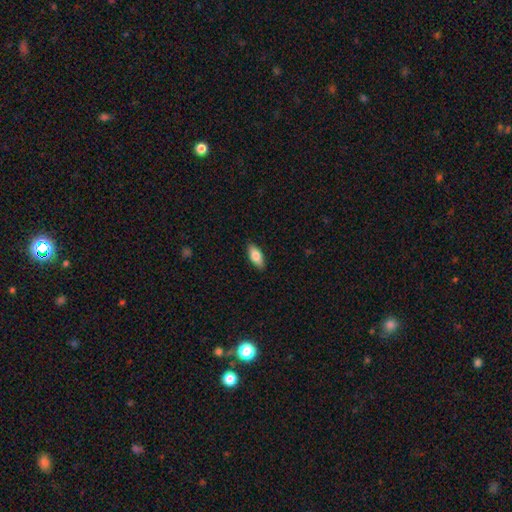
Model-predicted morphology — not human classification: Overall: smooth (79%). How rounded: in between (84%). Merging: none (89%).